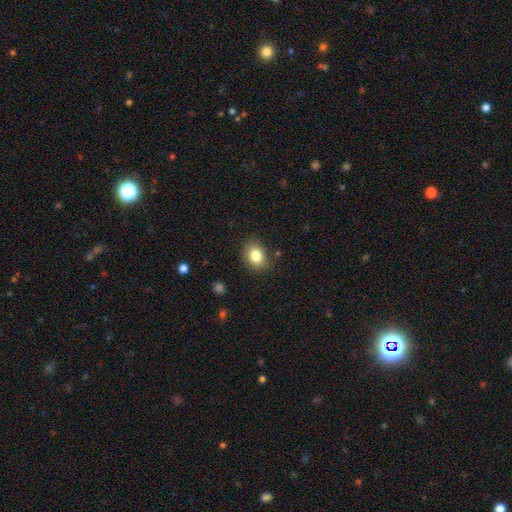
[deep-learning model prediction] smooth-or-featured: smooth: 82% | star or artifact: 10% | featured or disk: 8%
  how-rounded: in between: 51% | round: 48% | cigar-shaped: 1%
  merging: none: 81% | minor disturbance: 14% | major disturbance: 3% | merger: 2%